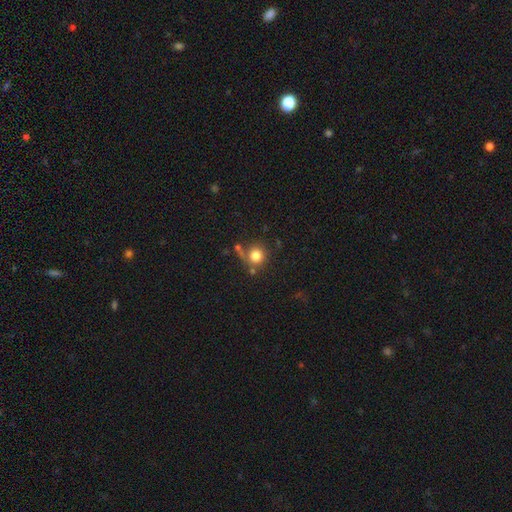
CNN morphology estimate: Smooth or featured? Predicted: smooth (p=0.81). How rounded? Predicted: round (p=0.90). Merging? Predicted: none (p=0.66).